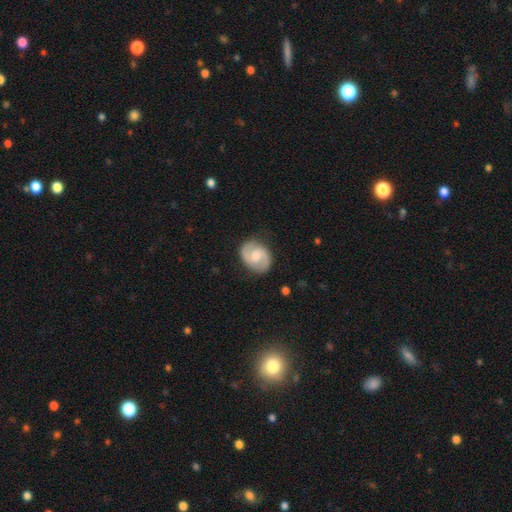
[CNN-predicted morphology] smooth-or-featured: featured or disk: 81% | smooth: 14% | star or artifact: 5%
  disk-edge-on: no: 98% | yes: 2%
    bar: weak: 51% | no: 40% | strong: 9%
    has-spiral-arms: yes: 96% | no: 4%
      spiral-winding: medium: 55% | tight: 26% | loose: 19%
      spiral-arm-count: 2: 93% | can't tell: 3% | 1: 1% | 3: 1% | 4: 1% | more than 4: 1%
    bulge-size: moderate: 52% | small: 30% | none: 9% | large: 7% | dominant: 1%
  merging: none: 84% | minor disturbance: 12% | major disturbance: 3% | merger: 1%